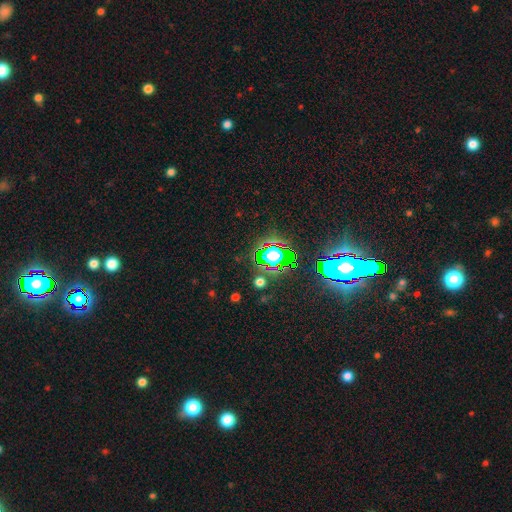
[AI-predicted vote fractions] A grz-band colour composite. It shows a star or artifact, not a galaxy (81%).